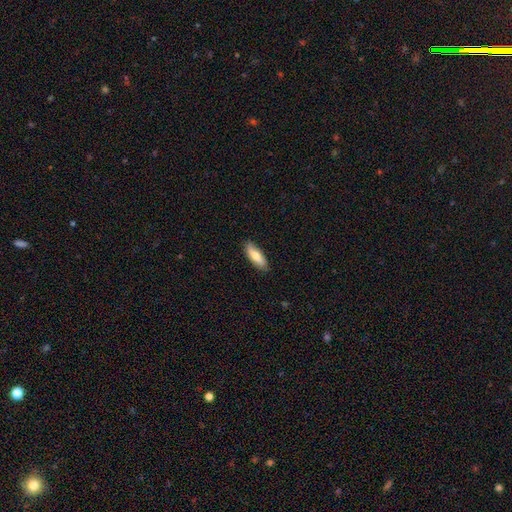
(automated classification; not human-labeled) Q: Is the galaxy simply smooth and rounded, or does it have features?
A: smooth — 72%.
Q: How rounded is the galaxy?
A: in between — 55%.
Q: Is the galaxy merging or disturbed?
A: none — 86%.